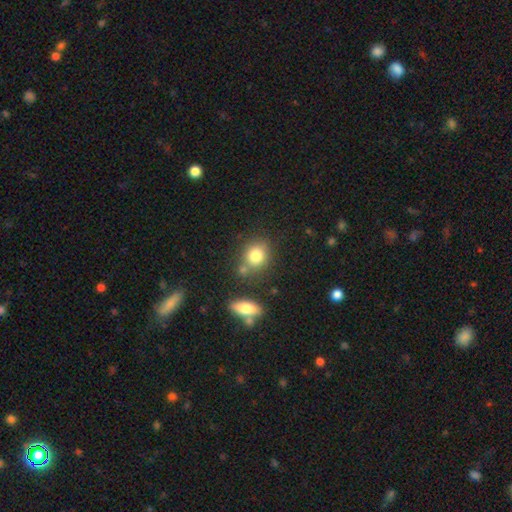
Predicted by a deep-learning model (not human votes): Smooth or featured? Predicted: smooth (p=0.81). How rounded? Predicted: round (p=0.65). Merging? Predicted: none (p=0.64).